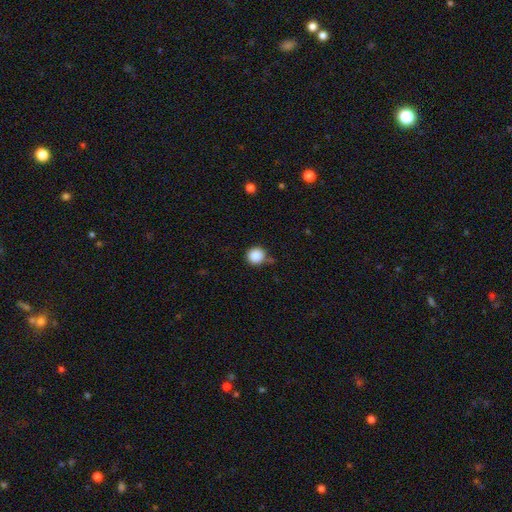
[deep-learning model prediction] Smooth or featured?
  - smooth: 88% *
  - star or artifact: 9%
  - featured or disk: 3%
How rounded?
  - round: 92% *
  - in between: 7%
  - cigar-shaped: 1%
Merging?
  - none: 81% *
  - minor disturbance: 12%
  - merger: 4%
  - major disturbance: 3%